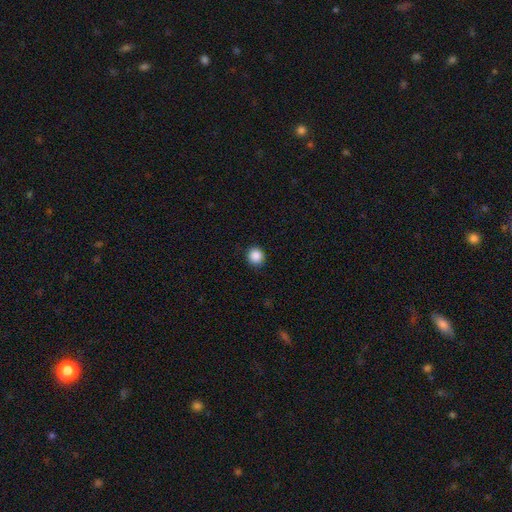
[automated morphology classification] A smooth galaxy with no disk features (88%) that is round (89%).

Vote fractions:
- Smooth or featured? smooth: 88% / star or artifact: 10% / featured or disk: 3%
- How rounded? round: 89% / in between: 10% / cigar-shaped: 1%
- Merging? none: 90% / minor disturbance: 7% / major disturbance: 2% / merger: 1%